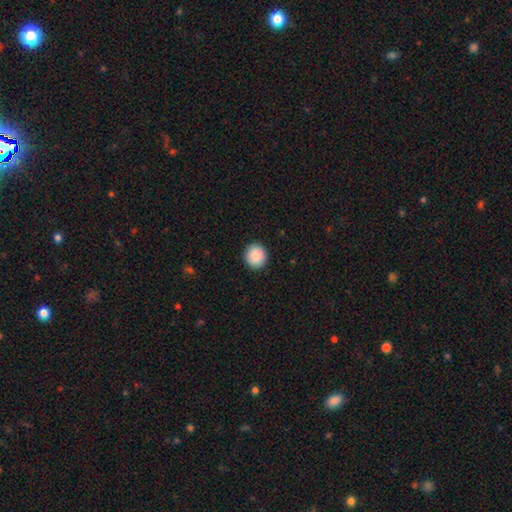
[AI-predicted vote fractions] This appears to be a smooth galaxy with no disk features (87%) that is round (89%). Merging: none (91%).